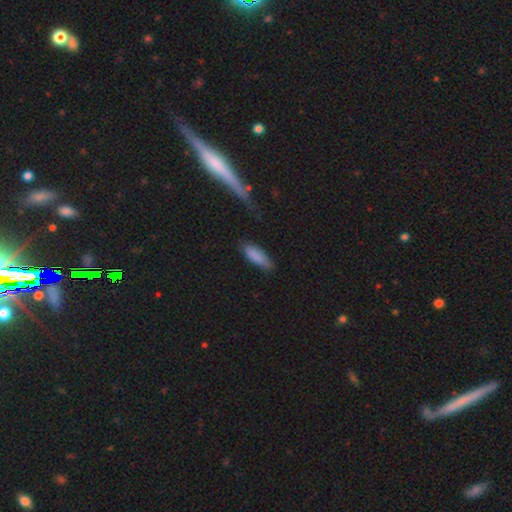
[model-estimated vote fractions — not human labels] Smooth or featured?
  - smooth: 85% *
  - featured or disk: 8%
  - star or artifact: 7%
How rounded?
  - in between: 63% *
  - cigar-shaped: 35%
  - round: 2%
Merging?
  - none: 67% *
  - minor disturbance: 24%
  - major disturbance: 6%
  - merger: 2%